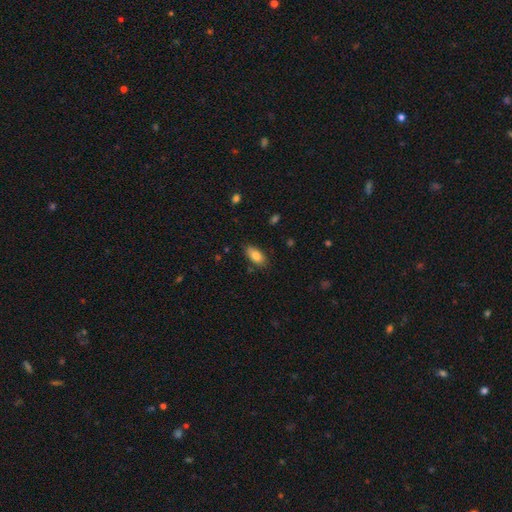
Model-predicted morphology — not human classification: Smooth or featured: smooth — 83% (featured or disk — 10%)
How rounded: in between — 90% (cigar-shaped — 6%)
Merging: none — 81% (minor disturbance — 14%)